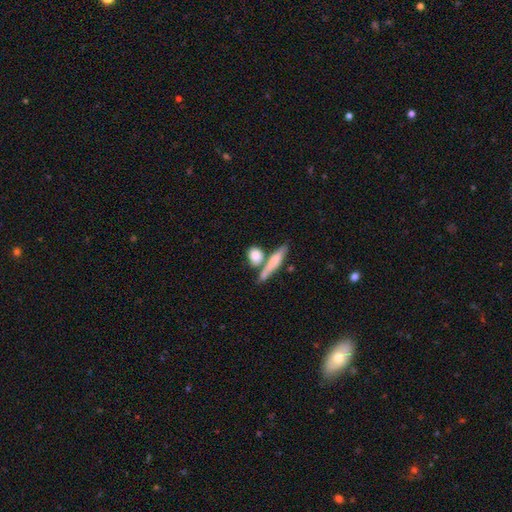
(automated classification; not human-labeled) Q: Smooth or featured?
A: smooth (76%); runner-up: featured or disk (17%)
Q: How rounded?
A: in between (36%); runner-up: round (35%)
Q: Merging?
A: none (57%); runner-up: merger (27%)